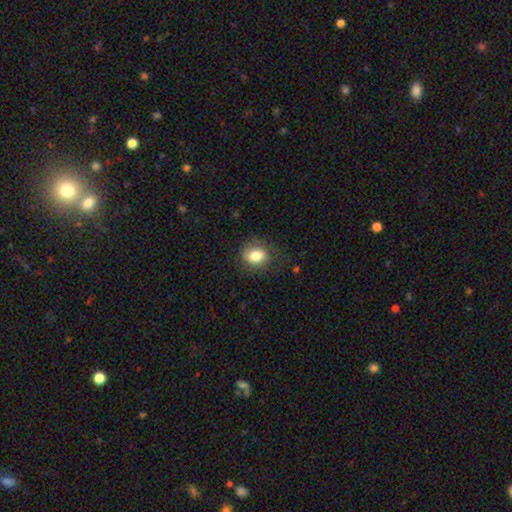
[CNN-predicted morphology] A smooth galaxy with no disk features (81%) that is round (50%). Merging: none (71%).